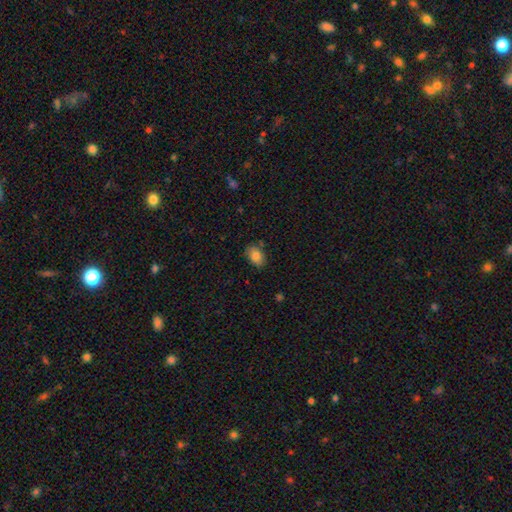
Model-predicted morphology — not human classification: This is clearly a smooth galaxy (83%). How rounded: clearly in between (84%). Merging: likely none (79%).